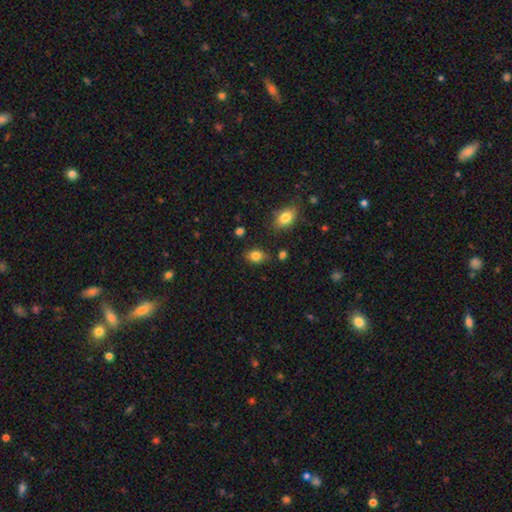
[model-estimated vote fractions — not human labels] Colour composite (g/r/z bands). It shows a smooth galaxy with no disk features (84%) that is in between round and cigar-shaped (72%). Merging: none (77%).